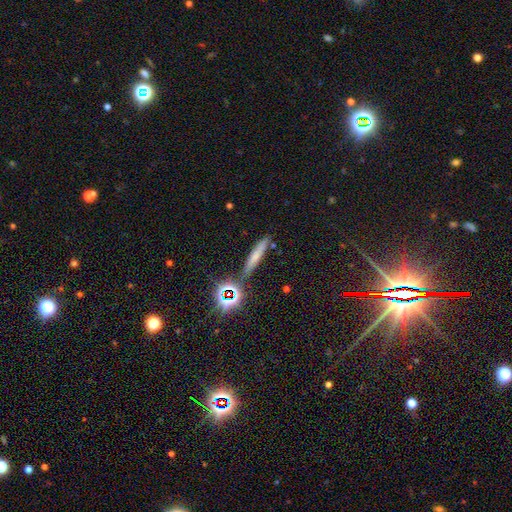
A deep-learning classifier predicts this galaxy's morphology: smooth 55%, star or artifact 23%, featured or disk 22%. Down the decision tree: how rounded — cigar-shaped (85%); merging — none (78%).